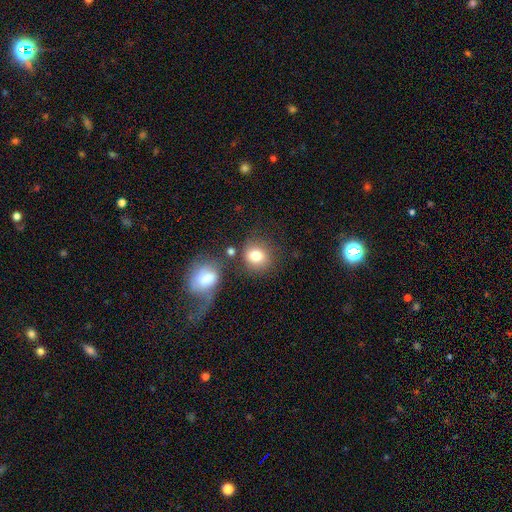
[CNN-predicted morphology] Overall: smooth (82%). How rounded: round (74%). Merging: none (65%).